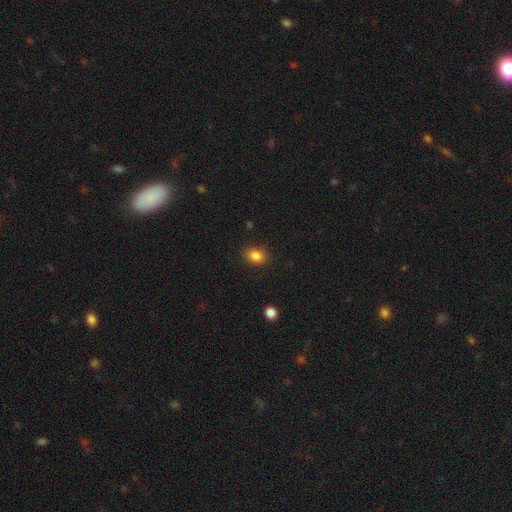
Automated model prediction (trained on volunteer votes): A smooth galaxy with no disk features (85%) that is in between round and cigar-shaped (64%). Merging: none (87%).